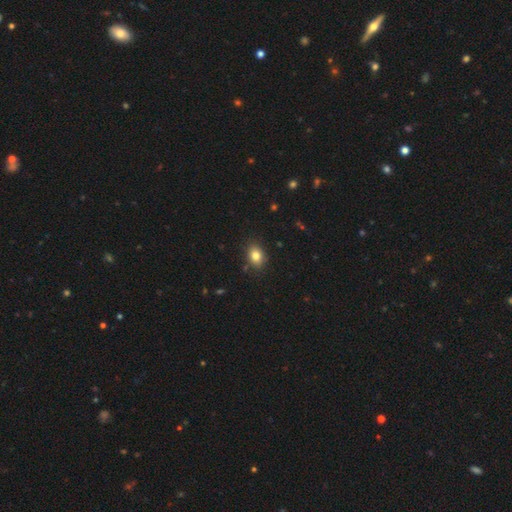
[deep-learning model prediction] Smooth or featured?
  - smooth: 82% *
  - star or artifact: 10%
  - featured or disk: 7%
How rounded?
  - in between: 63% *
  - round: 36%
  - cigar-shaped: 1%
Merging?
  - none: 85% *
  - minor disturbance: 11%
  - major disturbance: 2%
  - merger: 2%